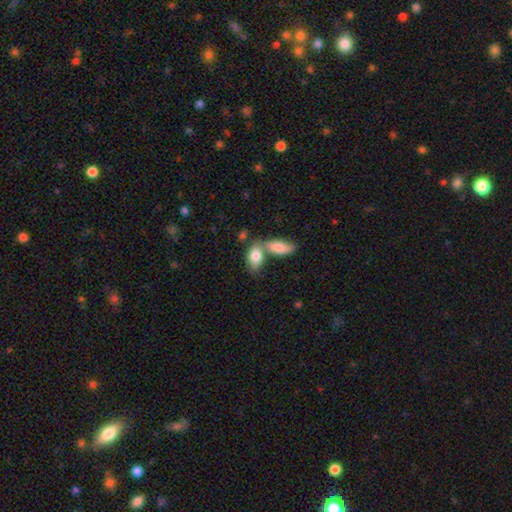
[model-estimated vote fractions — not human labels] Smooth or featured?
  - smooth: 82% *
  - featured or disk: 13%
  - star or artifact: 6%
How rounded?
  - in between: 90% *
  - round: 5%
  - cigar-shaped: 5%
Merging?
  - merger: 51% *
  - none: 35%
  - minor disturbance: 10%
  - major disturbance: 3%